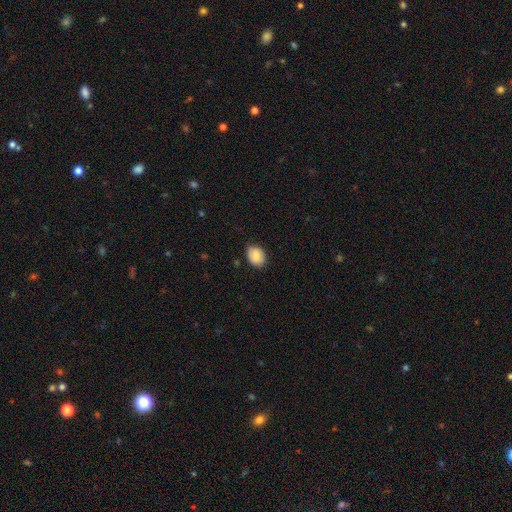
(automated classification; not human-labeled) Morphology: type=smooth (82%); roundness=in between (64%); merging=none (82%).